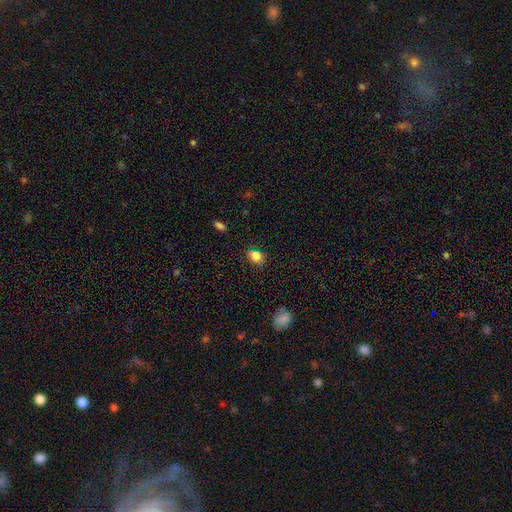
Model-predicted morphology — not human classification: Smooth or featured? smooth (84%)
How rounded? in between (61%)
Merging? none (78%)